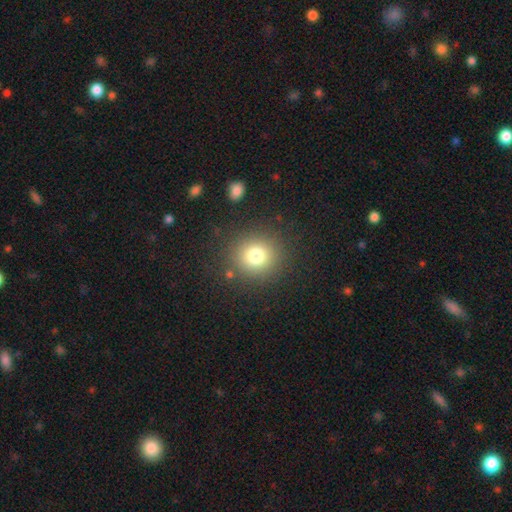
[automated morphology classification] A smooth galaxy with no disk features (77%) that is round (90%). Merging: none (86%).